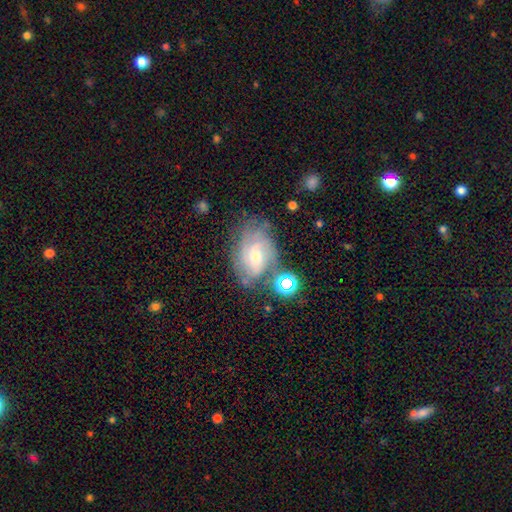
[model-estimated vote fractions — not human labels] This is likely a featured or disk galaxy (67%). It is clearly not viewed edge-on (95%). Bar: possibly no (48%). Spiral arm pattern: clearly yes (84%). Spiral arm count: possibly can't tell (47%). Spiral winding: possibly tight (50%). Central bulge: possibly moderate (53%). Merging: possibly none (55%).